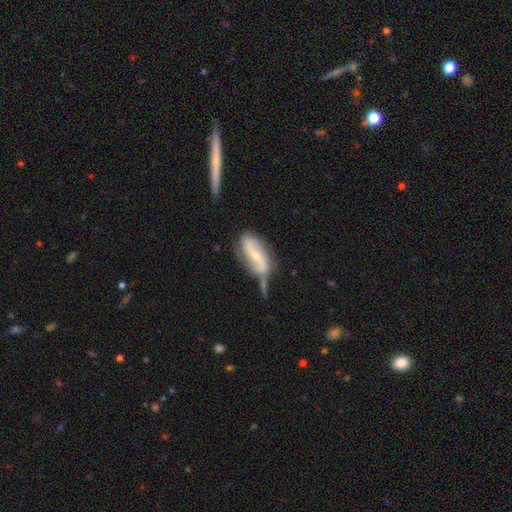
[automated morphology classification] Smooth or featured? Predicted: featured or disk (p=0.73). Edge-on disk? Predicted: no (p=0.90). Bar? Predicted: strong (p=0.39). Spiral arms? Predicted: yes (p=0.88). Spiral winding? Predicted: loose (p=0.57). Spiral arm count? Predicted: 2 (p=0.87). Bulge size? Predicted: small (p=0.63). Merging? Predicted: none (p=0.43).